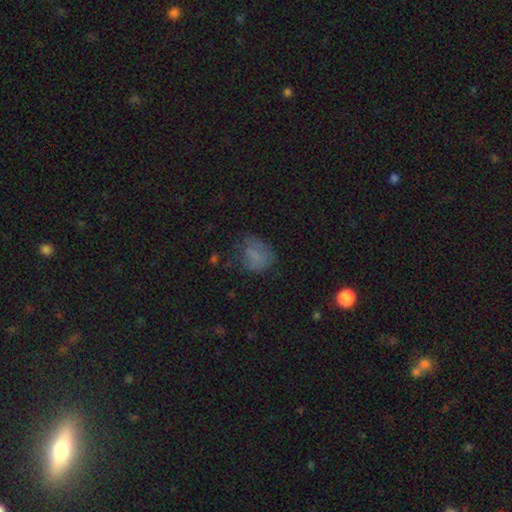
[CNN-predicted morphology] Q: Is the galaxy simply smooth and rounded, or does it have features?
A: smooth — 73%.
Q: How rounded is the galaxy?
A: round — 57%.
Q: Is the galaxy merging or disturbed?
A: none — 56%.